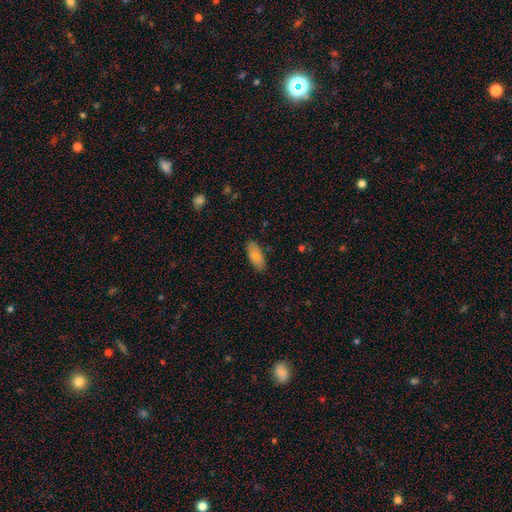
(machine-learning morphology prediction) smooth_or_featured: smooth (p=0.82) [alt: featured or disk p=0.11]
how_rounded: in between (p=0.87) [alt: cigar-shaped p=0.10]
merging: none (p=0.86) [alt: minor disturbance p=0.11]